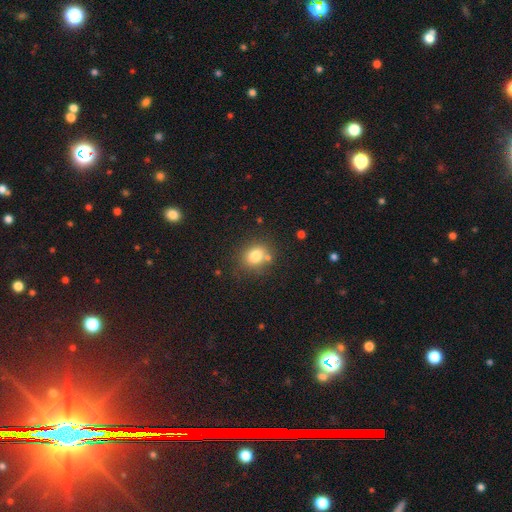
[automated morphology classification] Overall: smooth (79%). How rounded: round (69%; in between 30%). Merging: none (71%).